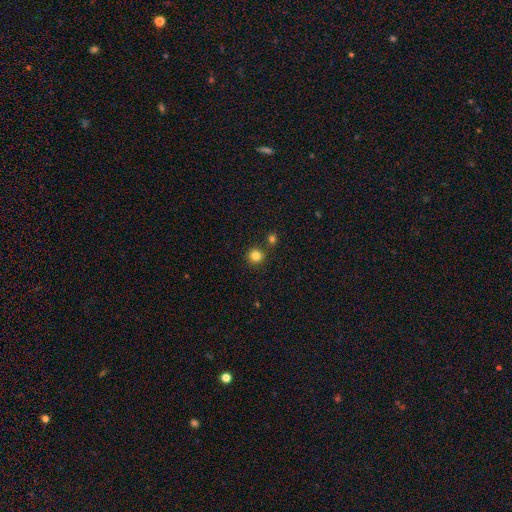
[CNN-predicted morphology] A smooth galaxy with no disk features (83%) that is round (93%). Merging: none (84%).